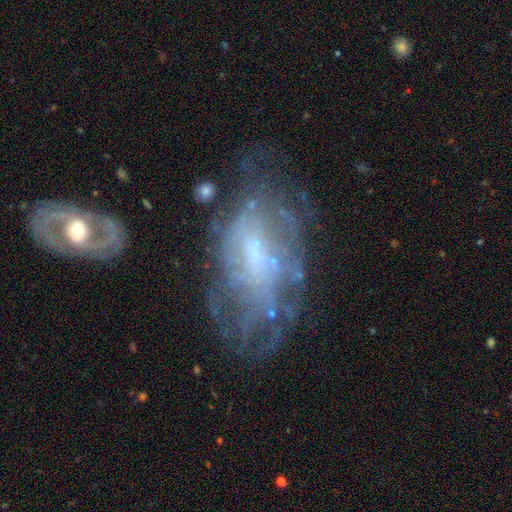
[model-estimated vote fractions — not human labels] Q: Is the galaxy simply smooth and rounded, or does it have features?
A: featured or disk — 71%.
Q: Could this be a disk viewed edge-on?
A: no — 94%.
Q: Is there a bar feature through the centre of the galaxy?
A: no — 58%.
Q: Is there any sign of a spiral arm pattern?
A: yes — 59%.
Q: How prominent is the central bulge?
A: small — 55%.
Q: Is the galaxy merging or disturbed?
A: none — 52%.